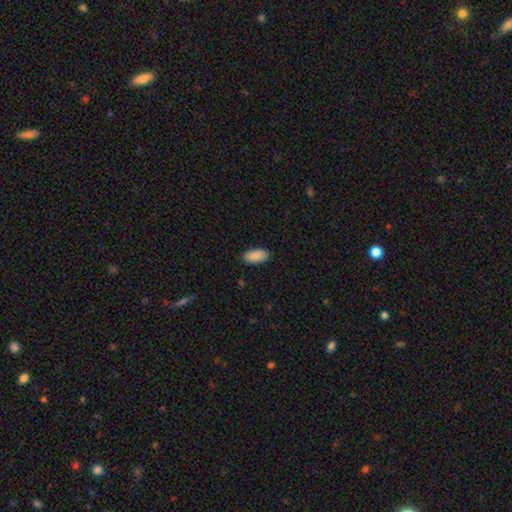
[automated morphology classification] Smooth or featured?
  - smooth: 90% *
  - star or artifact: 6%
  - featured or disk: 3%
How rounded?
  - in between: 93% *
  - cigar-shaped: 5%
  - round: 2%
Merging?
  - none: 88% *
  - minor disturbance: 9%
  - major disturbance: 2%
  - merger: 1%